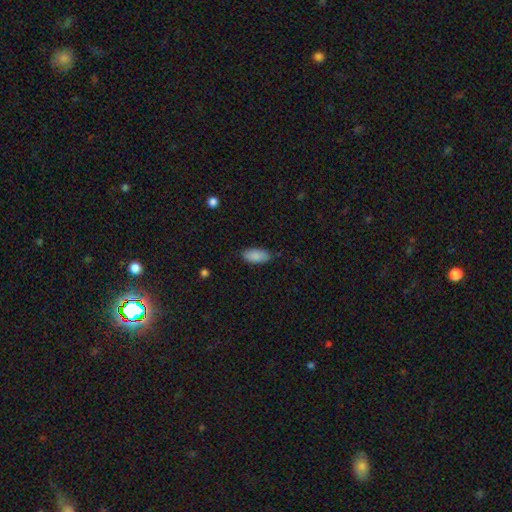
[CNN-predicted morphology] The model was most divided on "merging": none: 84%, minor disturbance: 13%, major disturbance: 2%, merger: 1%. More confident: how rounded — in between (92%); smooth or featured — smooth (88%).